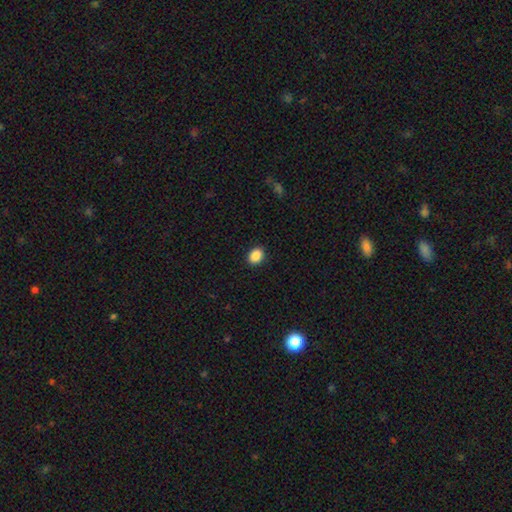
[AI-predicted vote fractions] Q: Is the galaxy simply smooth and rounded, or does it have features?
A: smooth — 89%.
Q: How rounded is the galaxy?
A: in between — 60%.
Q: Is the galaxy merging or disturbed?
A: none — 91%.